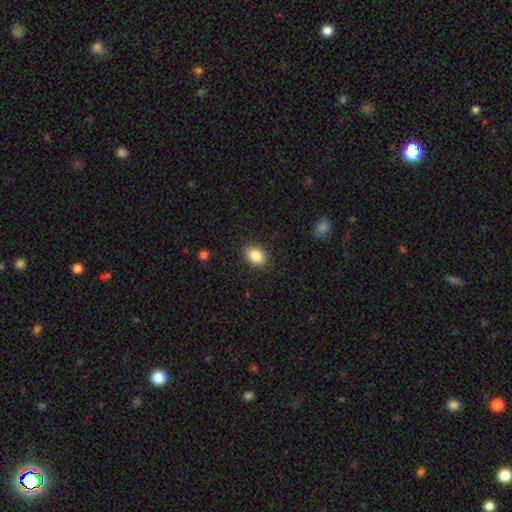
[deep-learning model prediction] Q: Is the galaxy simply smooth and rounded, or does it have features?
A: smooth — 86%.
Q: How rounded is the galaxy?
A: in between — 72%.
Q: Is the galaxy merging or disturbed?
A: none — 88%.